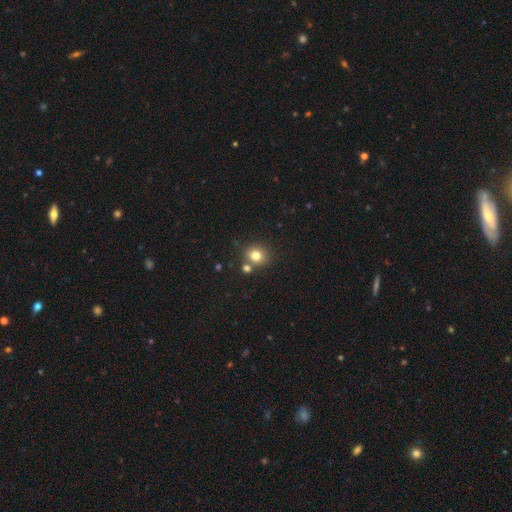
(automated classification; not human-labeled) This appears to be a smooth galaxy with no disk features (79%) that is round (80%). Merging: none (69%).